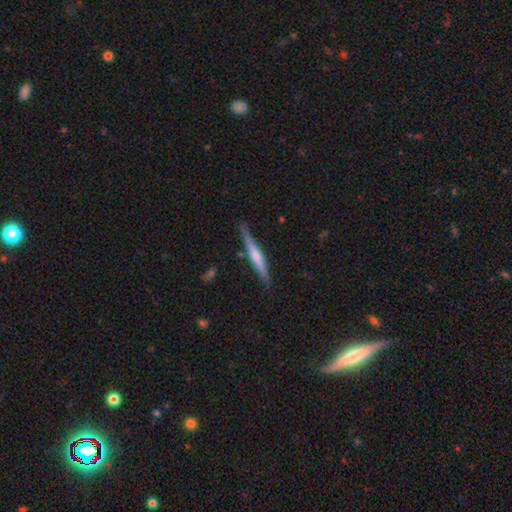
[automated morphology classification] smooth-or-featured: featured or disk: 65% | smooth: 29% | star or artifact: 6%
  disk-edge-on: yes: 97% | no: 3%
    edge-on-bulge: rounded: 67% | none: 23% | boxy: 10%
  merging: none: 86% | minor disturbance: 11% | major disturbance: 2% | merger: 2%